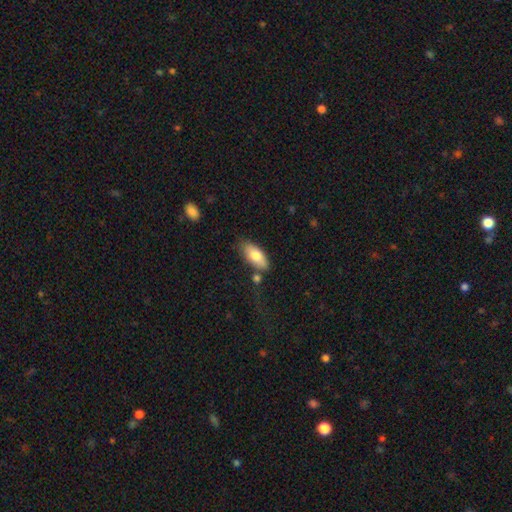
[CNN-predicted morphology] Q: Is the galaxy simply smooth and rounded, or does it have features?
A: smooth — 77%.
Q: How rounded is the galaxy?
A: in between — 88%.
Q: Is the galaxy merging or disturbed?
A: none — 71%.